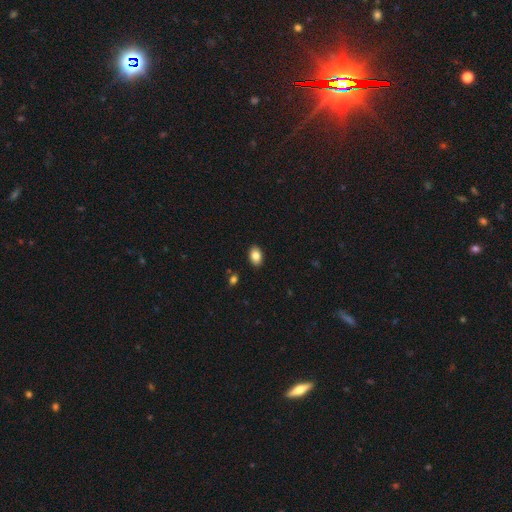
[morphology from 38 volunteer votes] Q: Smooth or featured?
A: smooth (89%); runner-up: featured or disk (5%)
Q: How rounded?
A: in between (82%); runner-up: round (18%)
Q: Merging?
A: none (94%); runner-up: major disturbance (6%)